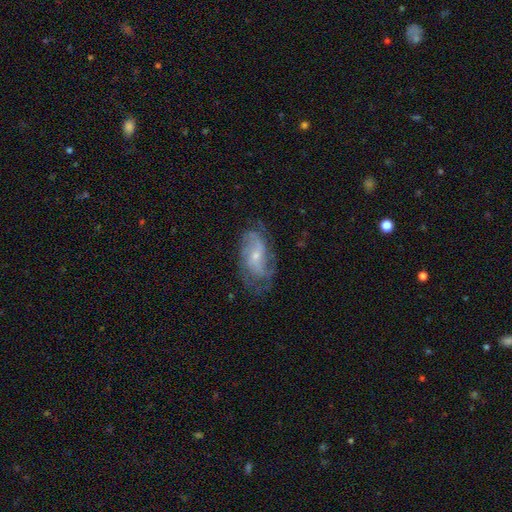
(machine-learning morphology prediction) Overall: featured or disk (76%). Edge-on disk: no (95%). Bar: no (58%; weak 34%). Spiral arms: yes (88%). Spiral arm count: 2 (36%; can't tell 33%). Spiral winding: medium (43%; tight 30%). Bulge size: small (67%; moderate 29%). Merging: none (62%; minor disturbance 23%).